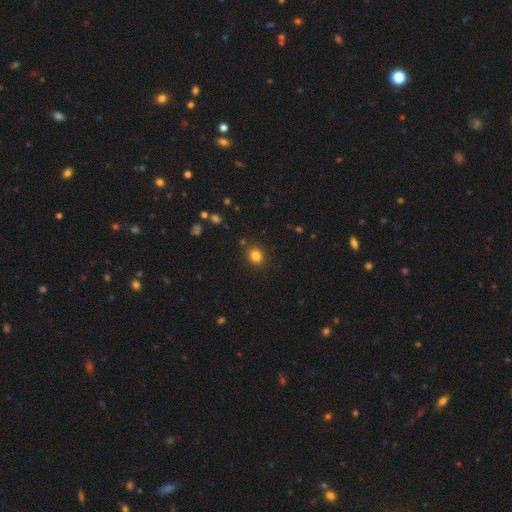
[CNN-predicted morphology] This is clearly a smooth galaxy (82%). How rounded: likely round (80%). Merging: clearly none (88%).